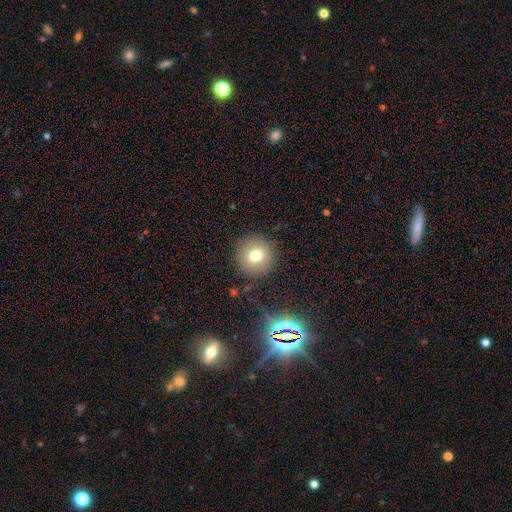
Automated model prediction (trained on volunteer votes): Smooth or featured? smooth (72%)
How rounded? round (93%)
Merging? none (88%)